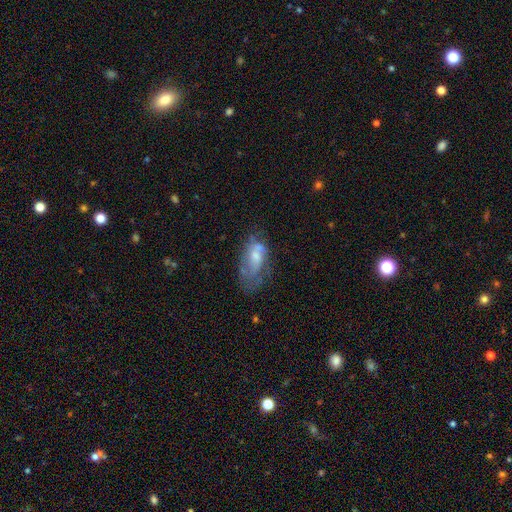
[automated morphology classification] This is possibly a featured or disk galaxy (54%). It is clearly not viewed edge-on (94%). Bar: likely no (67%). Spiral arm pattern: possibly yes (58%). Central bulge: marginally moderate (44%). Merging: marginally none (38%).